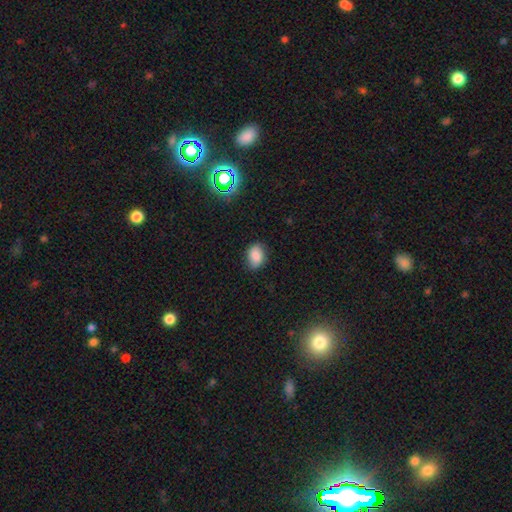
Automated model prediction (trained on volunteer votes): Overall: smooth (82%). How rounded: in between (77%). Merging: none (78%).